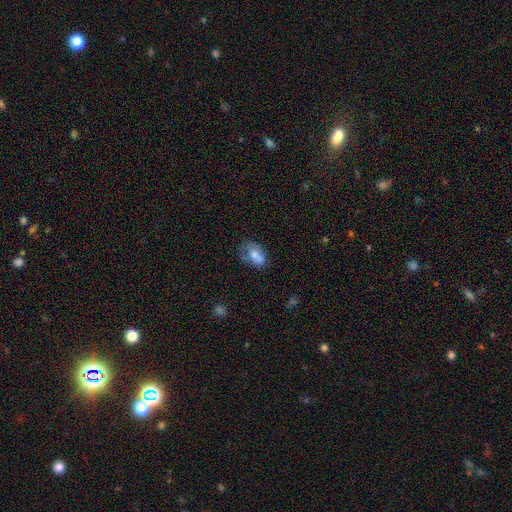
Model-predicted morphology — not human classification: A smooth galaxy with no disk features (69%) that is in between round and cigar-shaped (88%).

Vote fractions:
- Smooth or featured? smooth: 69% / featured or disk: 22% / star or artifact: 9%
- How rounded? in between: 88% / round: 9% / cigar-shaped: 3%
- Merging? none: 41% / minor disturbance: 30% / major disturbance: 19% / merger: 10%